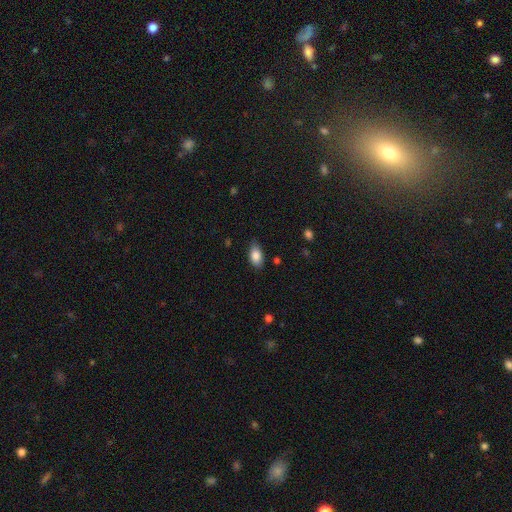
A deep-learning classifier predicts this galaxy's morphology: Smooth or featured?
  - smooth: 85% *
  - star or artifact: 7%
  - featured or disk: 7%
How rounded?
  - in between: 91% *
  - round: 6%
  - cigar-shaped: 3%
Merging?
  - none: 79% *
  - minor disturbance: 17%
  - major disturbance: 3%
  - merger: 1%